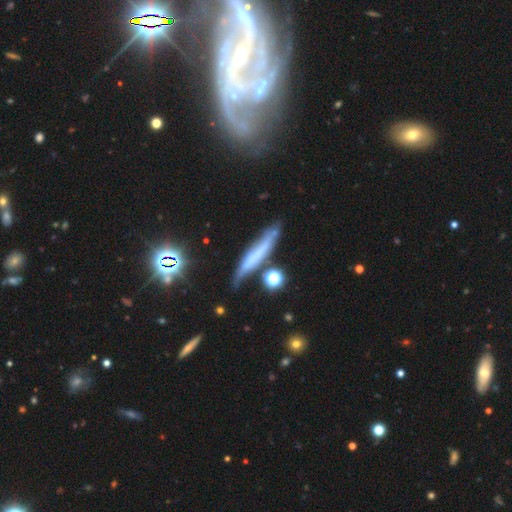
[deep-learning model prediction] Smooth or featured: featured or disk — 48% (smooth — 40%)
Merging: none — 59% (minor disturbance — 26%)